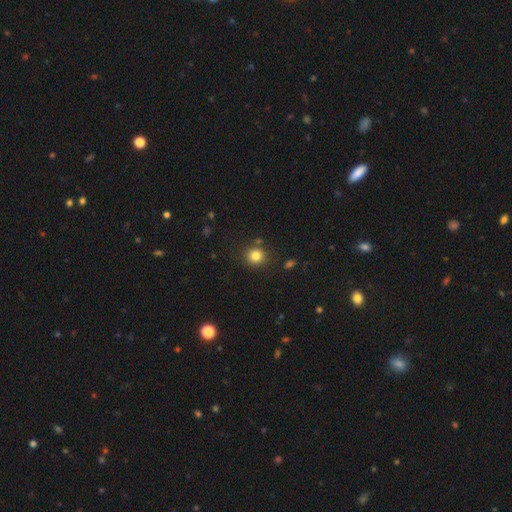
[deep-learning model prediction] smooth_or_featured: smooth (p=0.82) [alt: star or artifact p=0.12]
how_rounded: round (p=0.89) [alt: in between p=0.10]
merging: none (p=0.85) [alt: minor disturbance p=0.08]